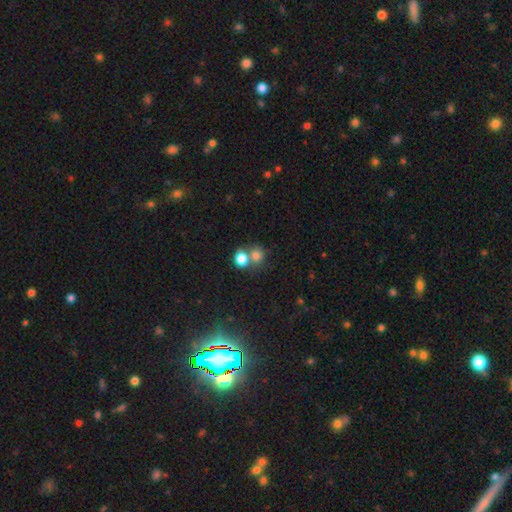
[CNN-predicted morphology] Smooth or featured? Predicted: smooth (p=0.77). How rounded? Predicted: round (p=0.77). Merging? Predicted: merger (p=0.49).